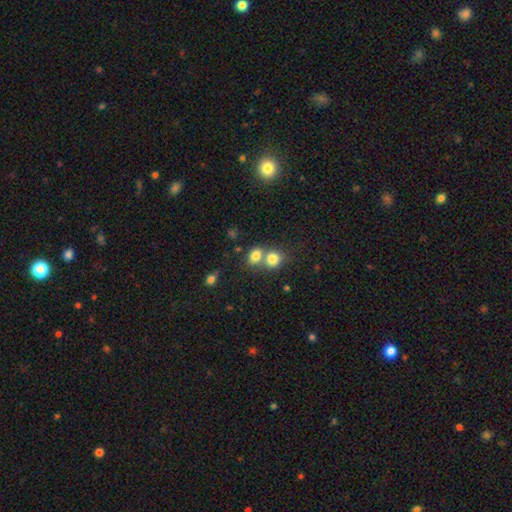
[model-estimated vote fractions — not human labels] Smooth or featured? smooth (79%)
How rounded? round (55%)
Merging? merger (54%)